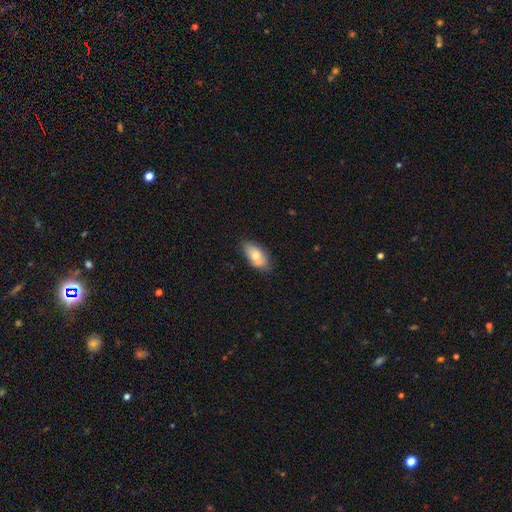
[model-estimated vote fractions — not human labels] Smooth or featured? Predicted: smooth (p=0.70). How rounded? Predicted: in between (p=0.91). Merging? Predicted: none (p=0.70).